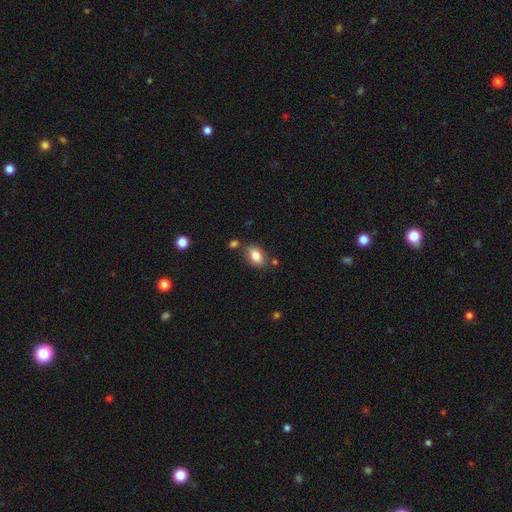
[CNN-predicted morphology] smooth-or-featured: smooth: 84% | featured or disk: 8% | star or artifact: 8%
  how-rounded: in between: 88% | round: 10% | cigar-shaped: 2%
  merging: none: 75% | minor disturbance: 13% | merger: 8% | major disturbance: 3%